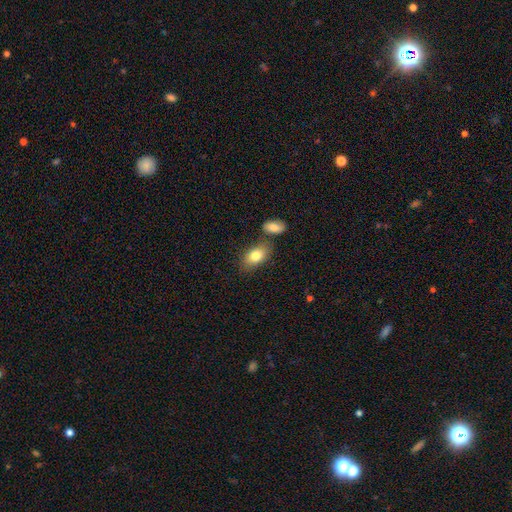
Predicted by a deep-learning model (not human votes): This appears to be a smooth galaxy with no disk features (81%) that is in between round and cigar-shaped (91%). Merging: none (68%).